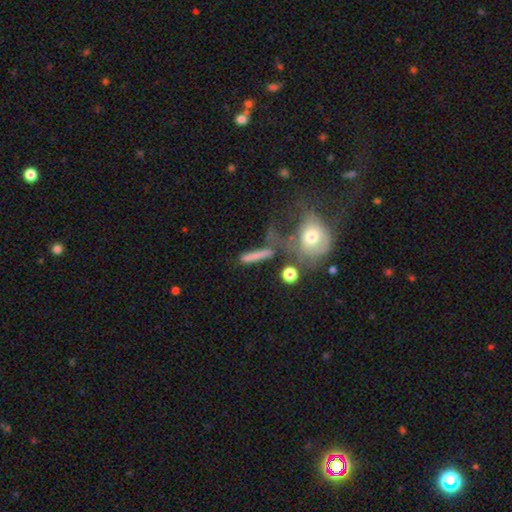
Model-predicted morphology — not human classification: Smooth or featured? Predicted: smooth (p=0.66). How rounded? Predicted: cigar-shaped (p=0.66). Merging? Predicted: none (p=0.46).